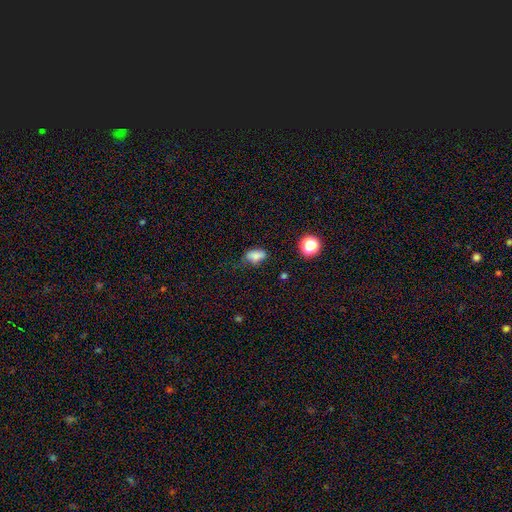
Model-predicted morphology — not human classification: Smooth or featured? Predicted: smooth (p=0.80). How rounded? Predicted: in between (p=0.85). Merging? Predicted: none (p=0.52).